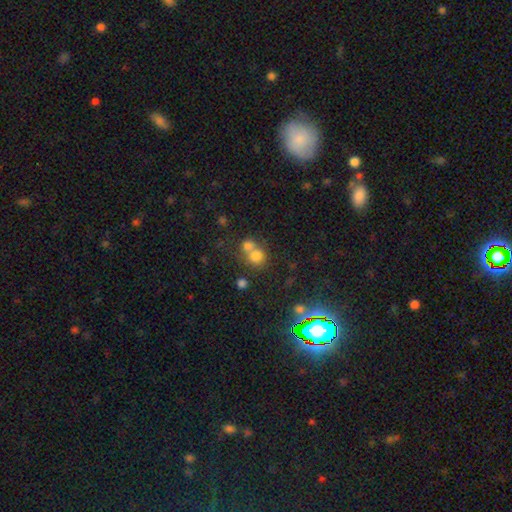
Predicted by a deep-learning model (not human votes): The model was most divided on "merging": merger: 50%, none: 40%, minor disturbance: 7%, major disturbance: 4%. More confident: how rounded — round (82%); smooth or featured — smooth (73%).